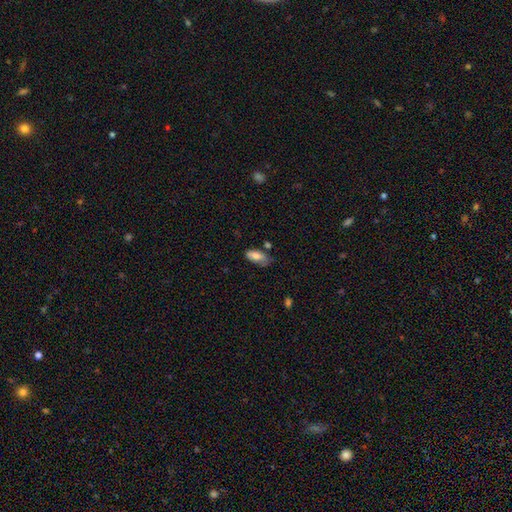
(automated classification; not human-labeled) smooth 75%, featured or disk 18%, star or artifact 7%. Down the decision tree: how rounded — in between (90%); merging — none (52%).